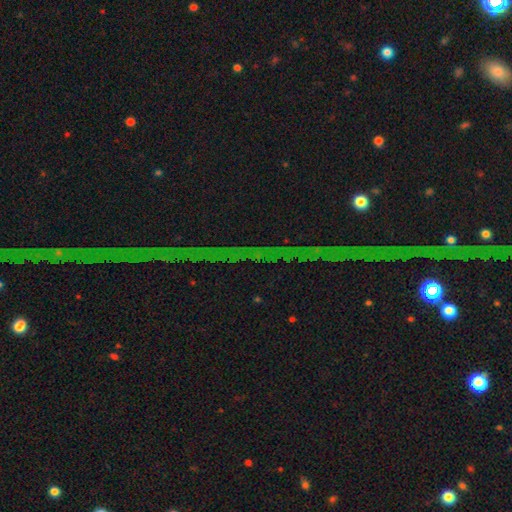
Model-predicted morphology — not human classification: The model was most divided on "smooth or featured": star or artifact: 83%, featured or disk: 11%, smooth: 7%.